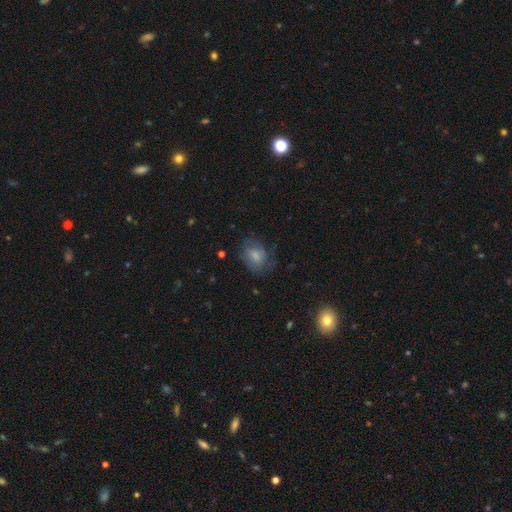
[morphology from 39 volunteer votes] Smooth or featured: smooth — 56% (featured or disk — 41%)
How rounded: in between — 68% (round — 27%)
Merging: none — 63% (minor disturbance — 18%)